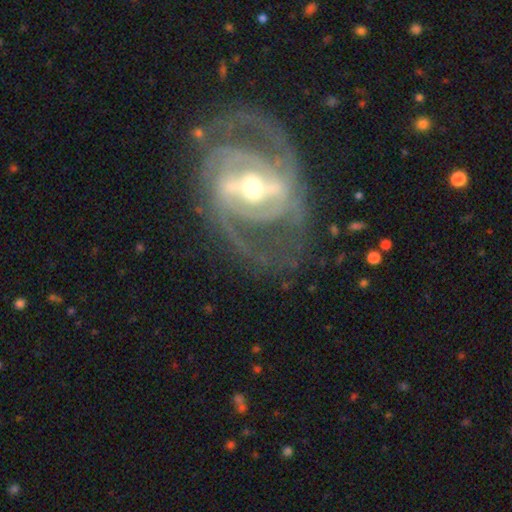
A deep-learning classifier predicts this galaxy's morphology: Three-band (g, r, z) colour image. It shows a featured or disk galaxy (90%) with a strong bar (60%), 2 (46%) medium (45%) spiral arms (95%) and a moderate central bulge (56%). Merging: none (69%).